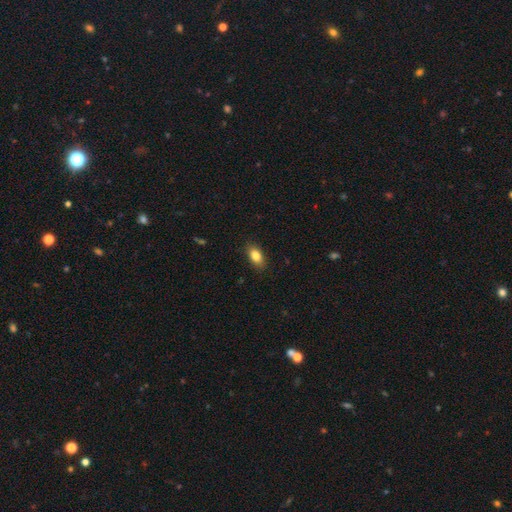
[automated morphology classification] The model was most divided on "merging": none: 86%, minor disturbance: 11%, major disturbance: 2%, merger: 1%. More confident: how rounded — in between (89%); smooth or featured — smooth (85%).